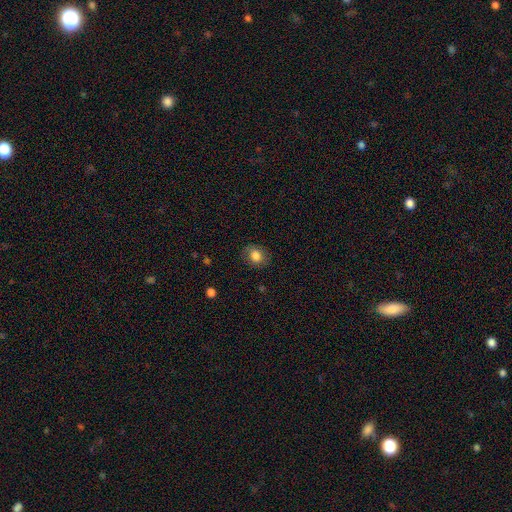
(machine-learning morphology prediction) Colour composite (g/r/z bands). It shows a smooth galaxy with no disk features (81%) that is round (60%). Merging: none (81%).